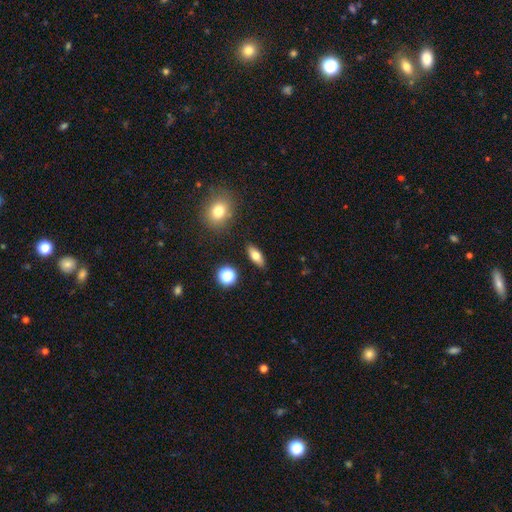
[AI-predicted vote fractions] smooth 72%, featured or disk 18%, star or artifact 10%. Down the decision tree: how rounded — in between (72%); merging — none (87%).